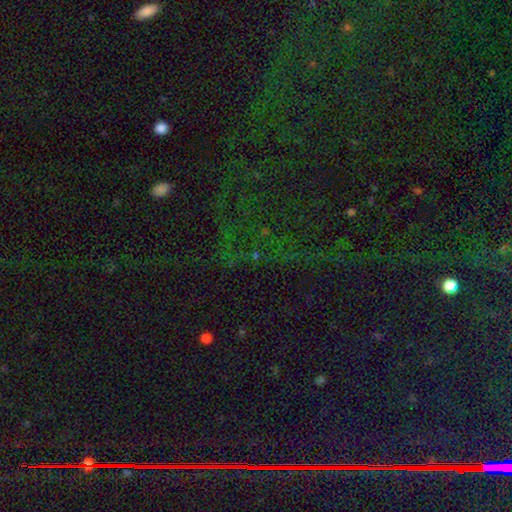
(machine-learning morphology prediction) Smooth or featured?
  - star or artifact: 75% *
  - smooth: 16%
  - featured or disk: 9%